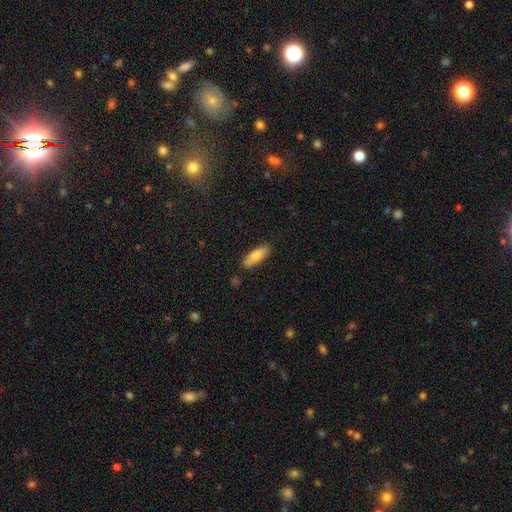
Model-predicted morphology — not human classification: Smooth or featured? Predicted: smooth (p=0.79). How rounded? Predicted: in between (p=0.63). Merging? Predicted: none (p=0.84).